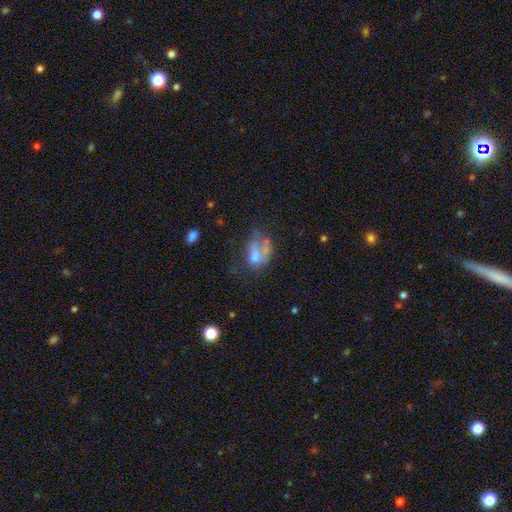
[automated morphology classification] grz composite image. It shows a featured or disk galaxy (43%). Merging: major disturbance (35%).